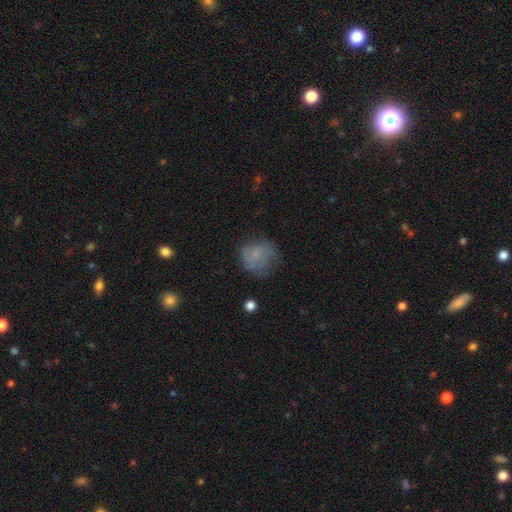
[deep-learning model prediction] Smooth or featured: smooth — 64% (featured or disk — 24%)
How rounded: round — 74% (in between — 25%)
Merging: none — 52% (minor disturbance — 26%)